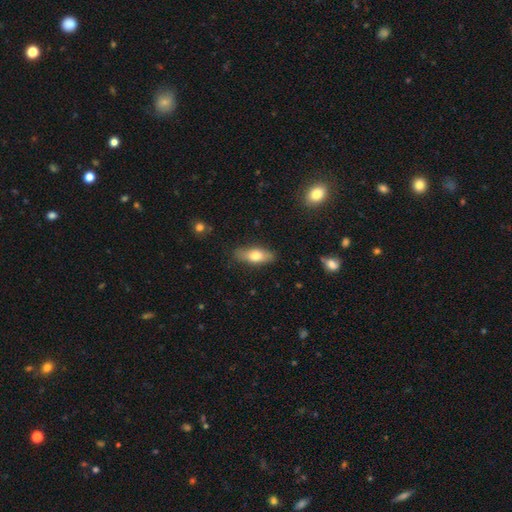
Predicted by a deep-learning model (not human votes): The model was most divided on "smooth or featured": smooth: 68%, featured or disk: 25%, star or artifact: 7%. More confident: merging — none (84%); how rounded — in between (71%).